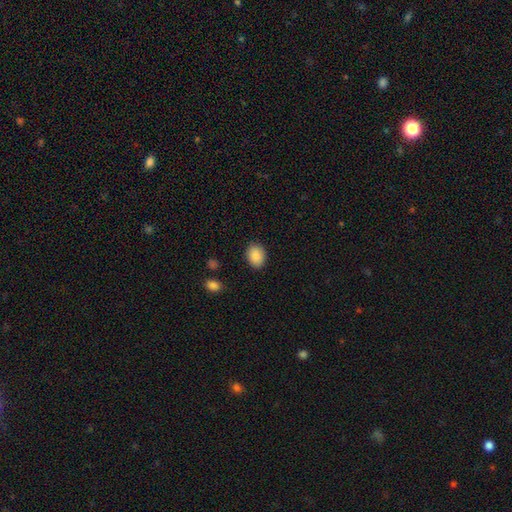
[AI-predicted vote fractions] A smooth galaxy with no disk features (88%) that is in between round and cigar-shaped (66%). Merging: none (87%).